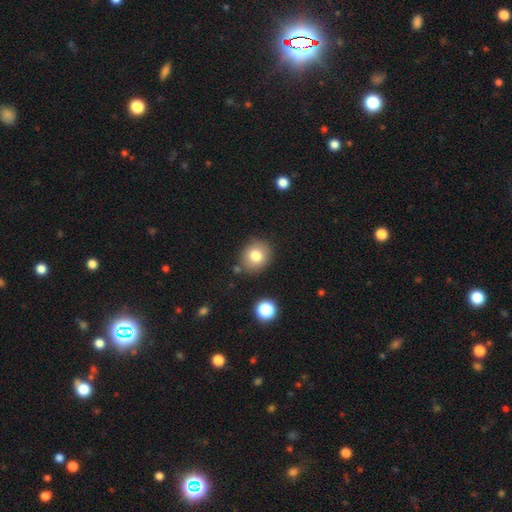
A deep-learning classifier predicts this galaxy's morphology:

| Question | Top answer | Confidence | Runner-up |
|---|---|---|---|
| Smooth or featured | smooth | 79% | star or artifact (11%) |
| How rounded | round | 76% | in between (23%) |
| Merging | none | 81% | minor disturbance (11%) |